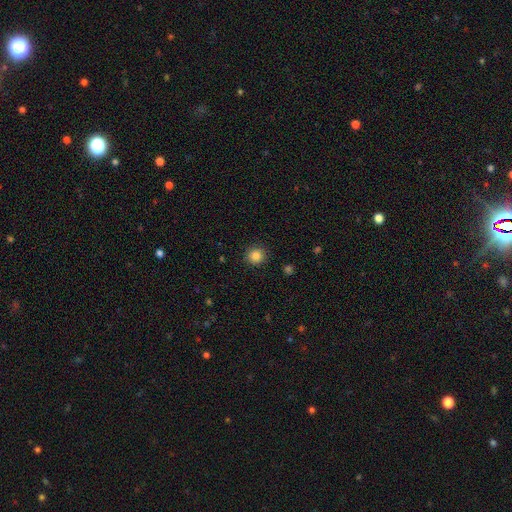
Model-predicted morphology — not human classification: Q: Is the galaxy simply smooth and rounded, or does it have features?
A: smooth — 84%.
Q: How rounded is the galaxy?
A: round — 92%.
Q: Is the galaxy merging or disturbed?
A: none — 91%.